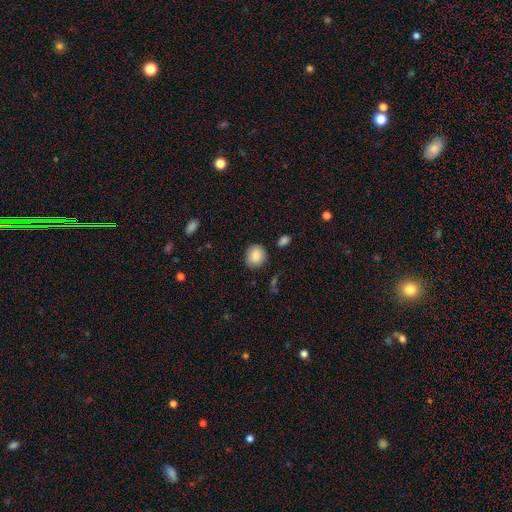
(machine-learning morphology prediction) This appears to be a smooth galaxy with no disk features (87%) that is round (80%). Merging: none (83%).